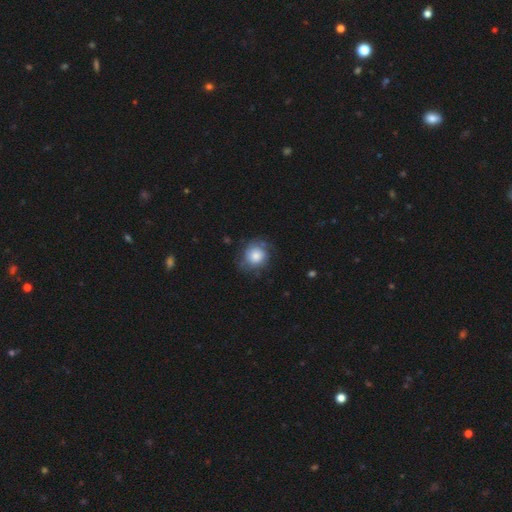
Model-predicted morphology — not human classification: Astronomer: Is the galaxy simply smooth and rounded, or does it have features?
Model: smooth — 66%.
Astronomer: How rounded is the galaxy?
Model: round — 83%.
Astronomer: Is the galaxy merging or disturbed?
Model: none — 65%.